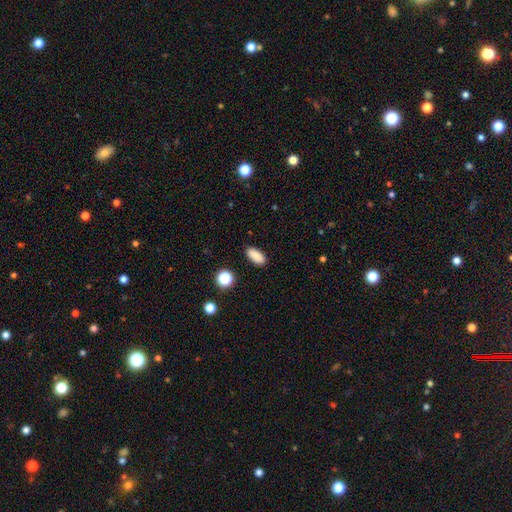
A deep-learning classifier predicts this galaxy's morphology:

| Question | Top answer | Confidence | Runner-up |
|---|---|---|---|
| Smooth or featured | smooth | 87% | star or artifact (9%) |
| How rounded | in between | 83% | cigar-shaped (13%) |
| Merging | none | 88% | minor disturbance (8%) |